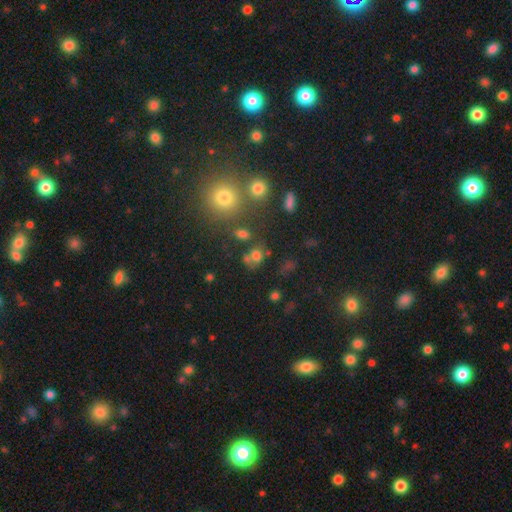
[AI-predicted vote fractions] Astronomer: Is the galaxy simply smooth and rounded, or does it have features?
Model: smooth — 69%.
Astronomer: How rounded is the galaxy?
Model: round — 53% (runner-up: in between, 45%).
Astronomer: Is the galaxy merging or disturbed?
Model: none — 50% (runner-up: merger, 26%).